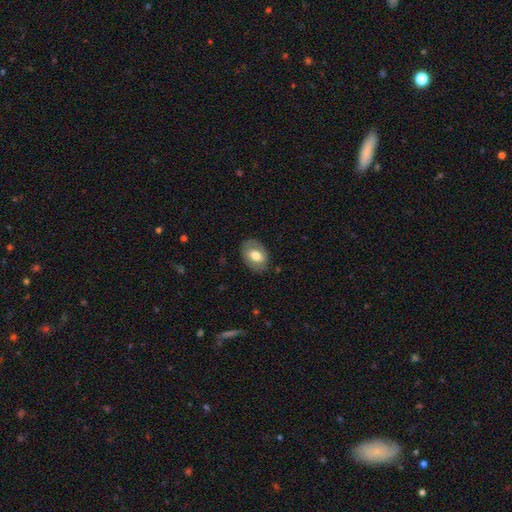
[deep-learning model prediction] smooth_or_featured: smooth (p=0.64) [alt: featured or disk p=0.29]
how_rounded: in between (p=0.76) [alt: round p=0.23]
merging: none (p=0.80) [alt: minor disturbance p=0.14]